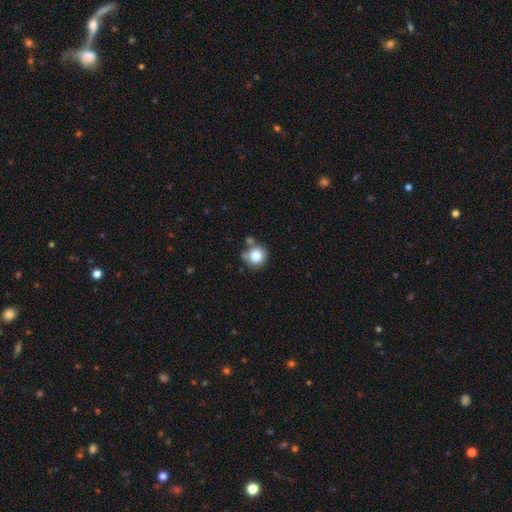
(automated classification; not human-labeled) Smooth or featured?
  - smooth: 83% *
  - star or artifact: 10%
  - featured or disk: 7%
How rounded?
  - round: 90% *
  - in between: 9%
  - cigar-shaped: 1%
Merging?
  - none: 65% *
  - minor disturbance: 16%
  - merger: 14%
  - major disturbance: 5%